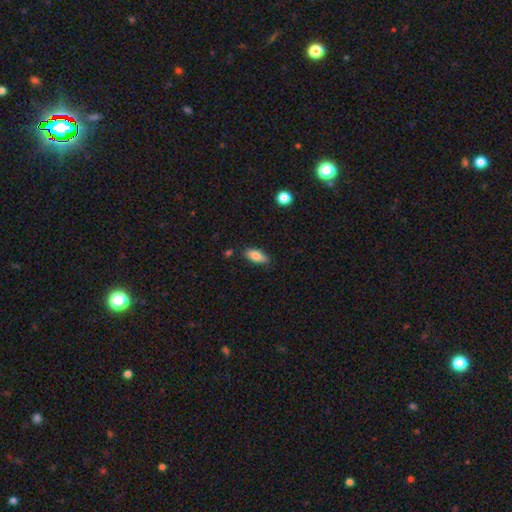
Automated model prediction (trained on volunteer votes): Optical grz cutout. It shows a smooth galaxy with no disk features (80%) that is in between round and cigar-shaped (83%). Merging: none (79%).